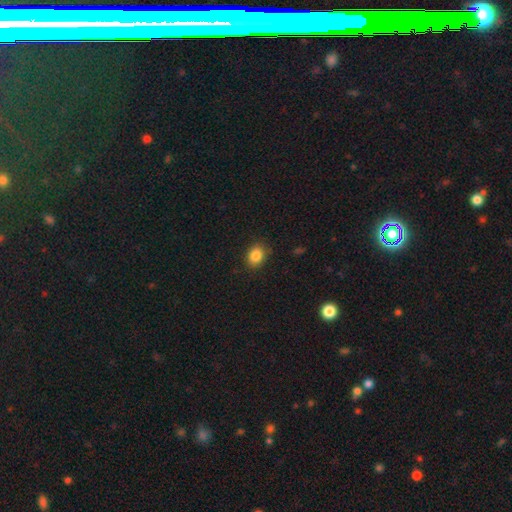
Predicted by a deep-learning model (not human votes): A smooth galaxy with no disk features (86%) that is in between round and cigar-shaped (59%).

Vote fractions:
- Smooth or featured? smooth: 86% / star or artifact: 9% / featured or disk: 5%
- How rounded? in between: 59% / round: 40% / cigar-shaped: 1%
- Merging? none: 85% / minor disturbance: 12% / major disturbance: 3% / merger: 1%